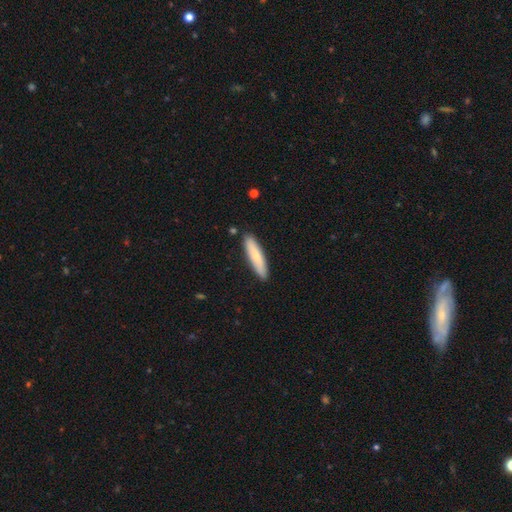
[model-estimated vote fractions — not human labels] smooth-or-featured: smooth: 72% | featured or disk: 23% | star or artifact: 6%
  how-rounded: cigar-shaped: 82% | in between: 17% | round: 1%
  merging: none: 89% | minor disturbance: 8% | merger: 2% | major disturbance: 1%